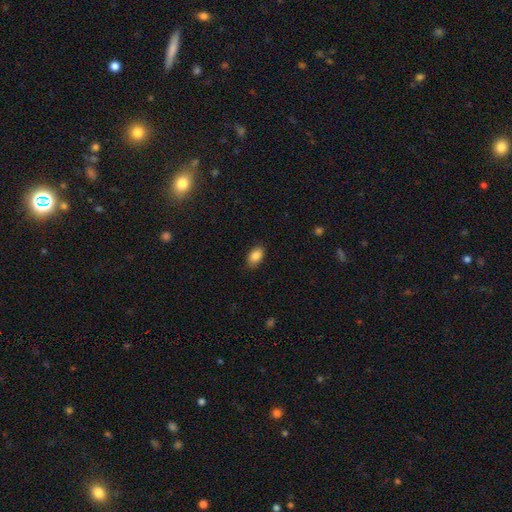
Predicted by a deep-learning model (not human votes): A smooth galaxy with no disk features (87%) that is in between round and cigar-shaped (92%). Merging: none (86%).